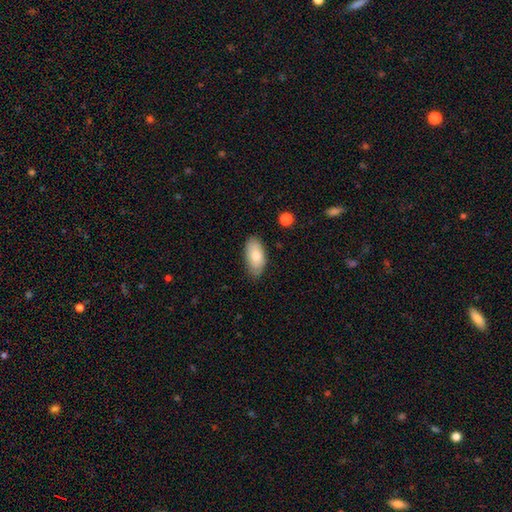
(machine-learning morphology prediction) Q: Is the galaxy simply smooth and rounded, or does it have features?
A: smooth — 81%.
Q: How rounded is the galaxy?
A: in between — 93%.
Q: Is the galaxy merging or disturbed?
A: none — 82%.